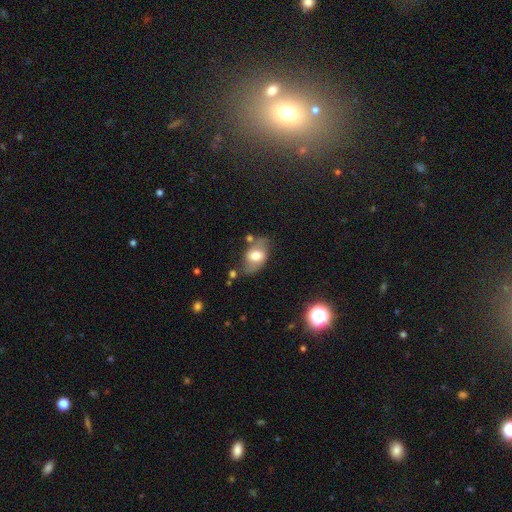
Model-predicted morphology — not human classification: A smooth galaxy with no disk features (54%) that is in between round and cigar-shaped (85%). Merging: none (61%).